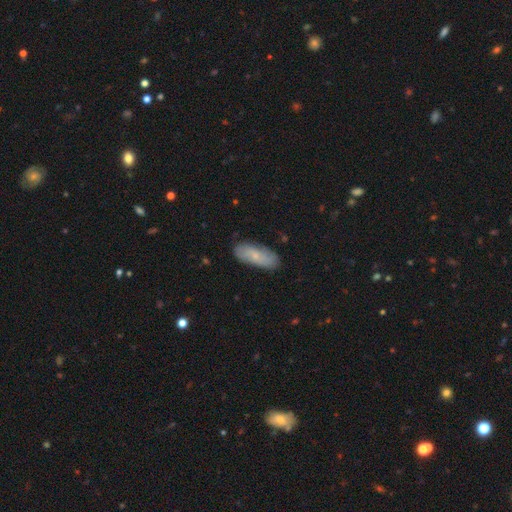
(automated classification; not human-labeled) A smooth galaxy with no disk features (62%) that is in between round and cigar-shaped (70%).

Vote fractions:
- Smooth or featured? smooth: 62% / featured or disk: 30% / star or artifact: 7%
- How rounded? in between: 70% / cigar-shaped: 28% / round: 2%
- Merging? none: 82% / minor disturbance: 14% / major disturbance: 3% / merger: 1%